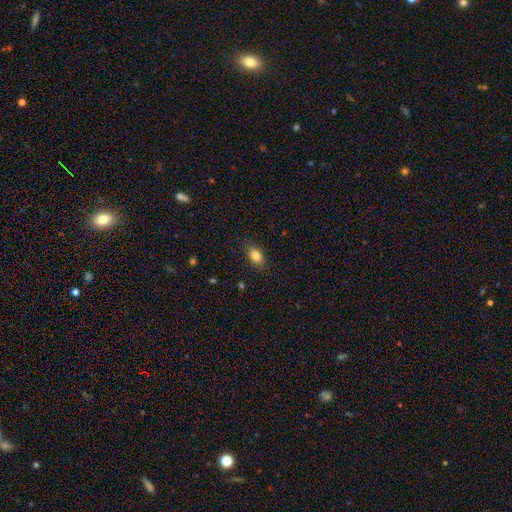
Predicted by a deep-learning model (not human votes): Q: Smooth or featured?
A: smooth (83%); runner-up: star or artifact (9%)
Q: How rounded?
A: in between (85%); runner-up: round (12%)
Q: Merging?
A: none (84%); runner-up: minor disturbance (12%)